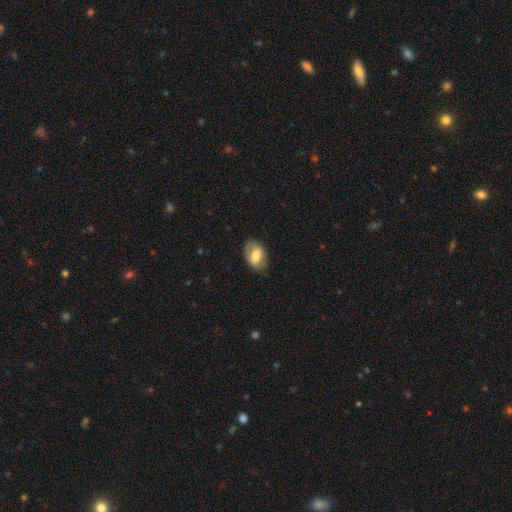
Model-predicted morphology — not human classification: Overall: smooth (63%; featured or disk 30%). How rounded: in between (87%). Merging: none (77%).